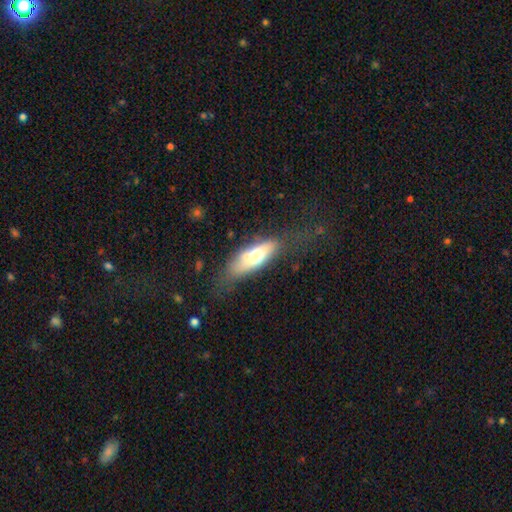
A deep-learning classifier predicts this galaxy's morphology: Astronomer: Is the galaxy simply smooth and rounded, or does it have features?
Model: smooth — 59%.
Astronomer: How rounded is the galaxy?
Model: in between — 68%.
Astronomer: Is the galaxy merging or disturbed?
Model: none — 55%.